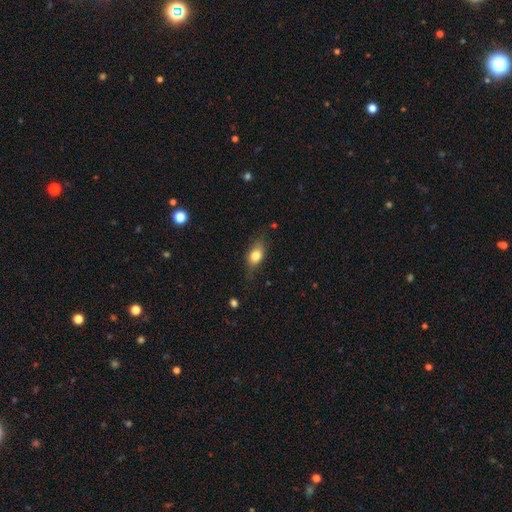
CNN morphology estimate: smooth_or_featured: smooth (p=0.75) [alt: featured or disk p=0.17]
how_rounded: in between (p=0.77) [alt: round p=0.15]
merging: none (p=0.68) [alt: minor disturbance p=0.24]